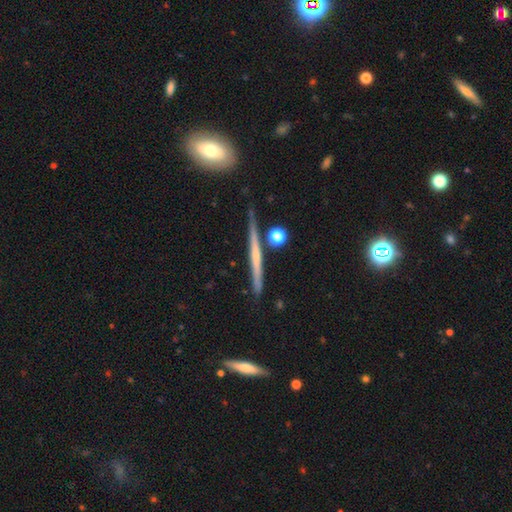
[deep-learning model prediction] This is likely a featured or disk galaxy (65%). It is clearly viewed edge-on (96%). Edge-on bulge: possibly none (51%). Merging: clearly none (86%).